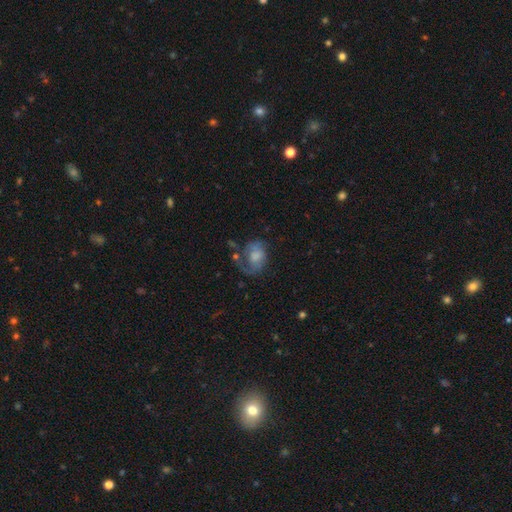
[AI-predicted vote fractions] smooth-or-featured: featured or disk: 49% | smooth: 42% | star or artifact: 9%
  merging: none: 36% | major disturbance: 34% | minor disturbance: 23% | merger: 6%